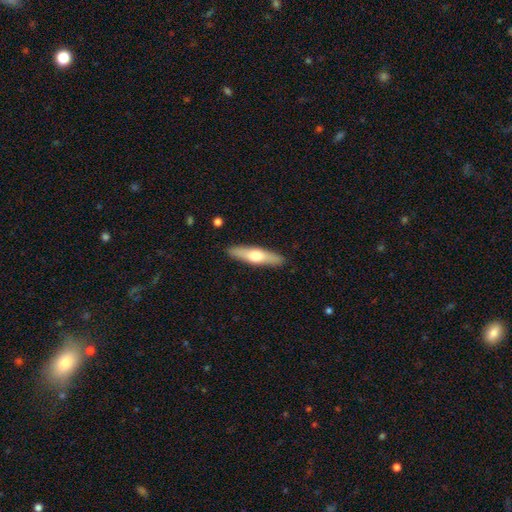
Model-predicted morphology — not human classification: Smooth or featured? Predicted: smooth (p=0.51). How rounded? Predicted: cigar-shaped (p=0.78). Merging? Predicted: none (p=0.90).